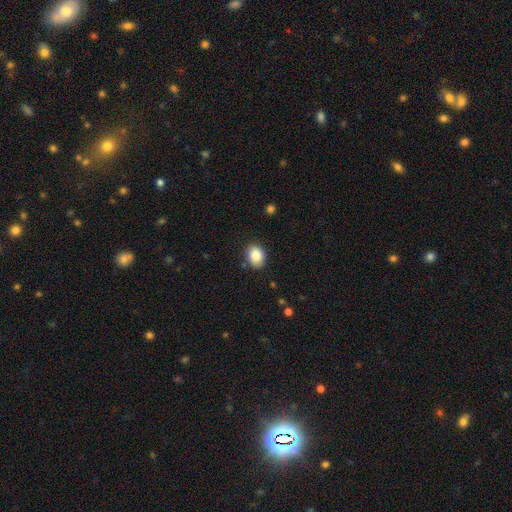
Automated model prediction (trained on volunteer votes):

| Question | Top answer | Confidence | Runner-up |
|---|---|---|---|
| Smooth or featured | smooth | 86% | star or artifact (8%) |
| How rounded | in between | 65% | round (34%) |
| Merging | none | 85% | minor disturbance (11%) |